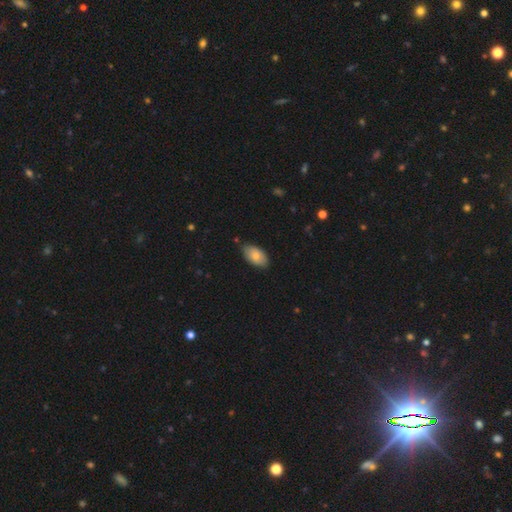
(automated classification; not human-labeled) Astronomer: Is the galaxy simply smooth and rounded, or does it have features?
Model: smooth — 78%.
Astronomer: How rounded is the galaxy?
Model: in between — 94%.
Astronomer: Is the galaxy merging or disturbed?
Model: none — 78%.